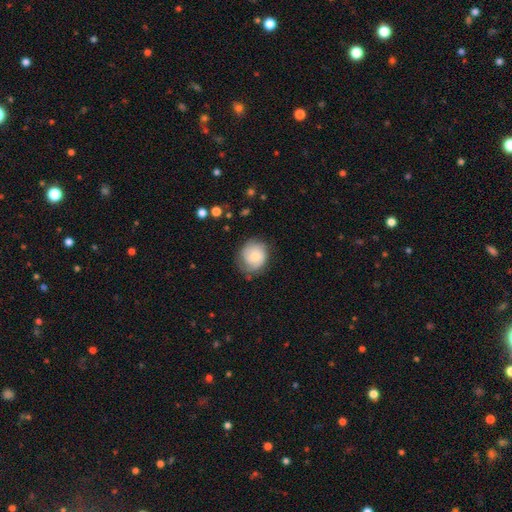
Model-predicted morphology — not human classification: smooth 54%, featured or disk 38%, star or artifact 8%. Down the decision tree: how rounded — round (80%); merging — none (69%).